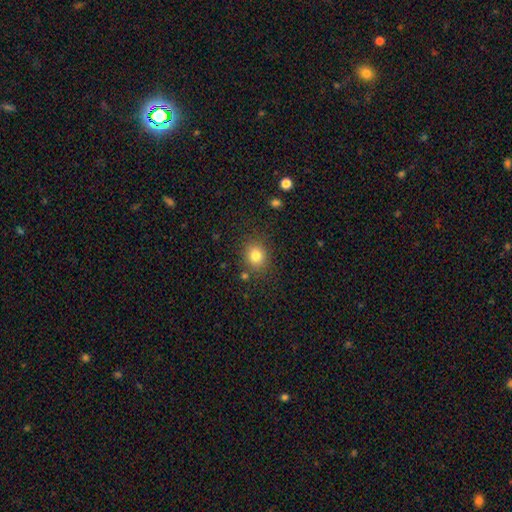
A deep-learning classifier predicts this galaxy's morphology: type=smooth (81%); roundness=round (73%); merging=none (84%).